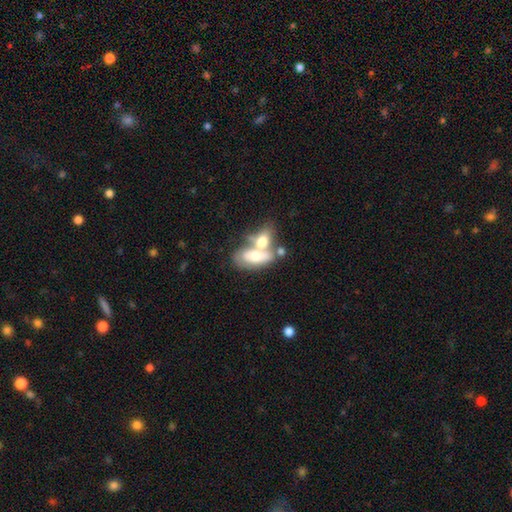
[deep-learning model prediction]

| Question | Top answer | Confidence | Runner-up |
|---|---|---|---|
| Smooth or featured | smooth | 57% | featured or disk (37%) |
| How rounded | in between | 85% | cigar-shaped (9%) |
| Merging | merger | 68% | none (18%) |